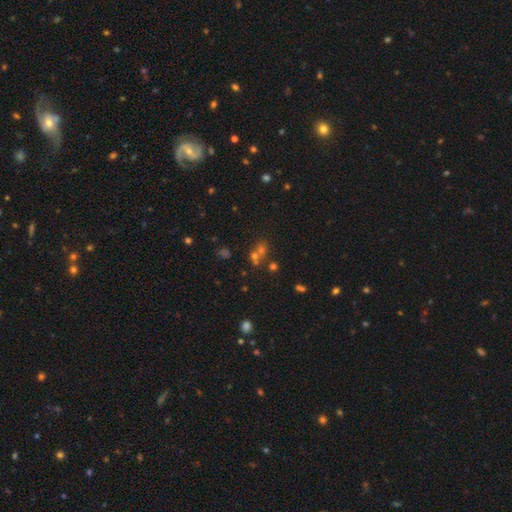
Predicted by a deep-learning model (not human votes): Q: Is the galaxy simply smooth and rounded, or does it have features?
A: smooth — 44%.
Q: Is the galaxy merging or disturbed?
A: none — 47%.